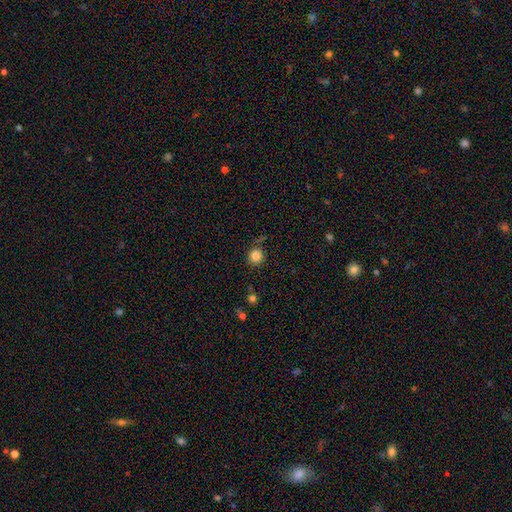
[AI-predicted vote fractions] smooth 83%, star or artifact 12%, featured or disk 5%. Down the decision tree: how rounded — round (93%); merging — none (82%).